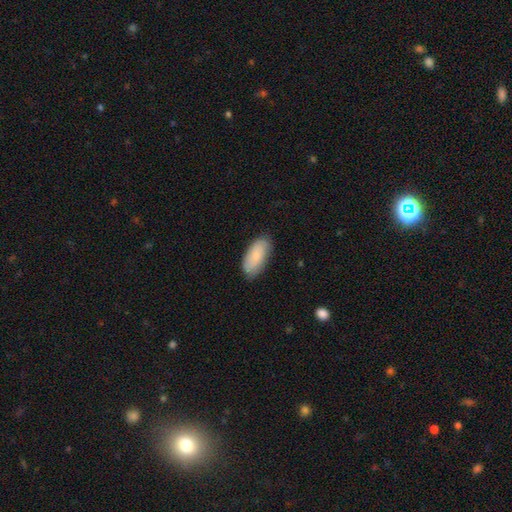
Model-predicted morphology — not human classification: This appears to be a smooth galaxy with no disk features (81%) that is in between round and cigar-shaped (91%). Merging: none (80%).